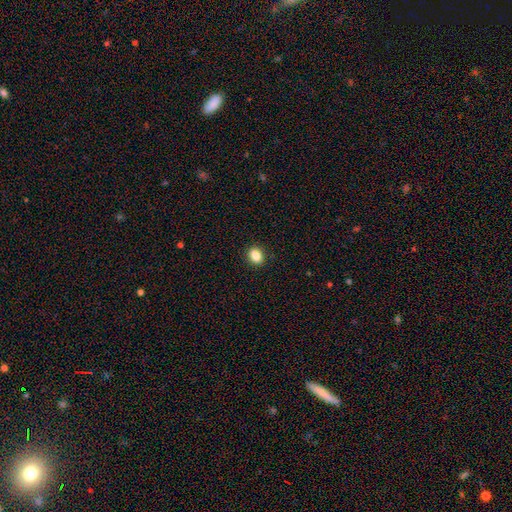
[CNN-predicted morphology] Smooth or featured: smooth — 86% (star or artifact — 10%)
How rounded: in between — 57% (round — 42%)
Merging: none — 91% (minor disturbance — 7%)